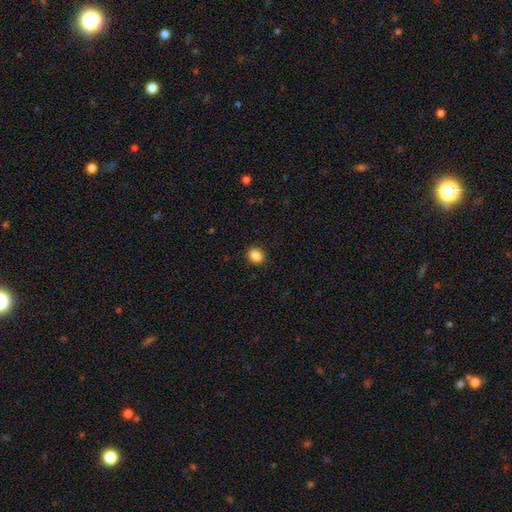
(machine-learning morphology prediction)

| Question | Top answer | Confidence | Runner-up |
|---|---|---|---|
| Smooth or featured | smooth | 88% | star or artifact (9%) |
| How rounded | round | 55% | in between (44%) |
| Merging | none | 90% | minor disturbance (7%) |